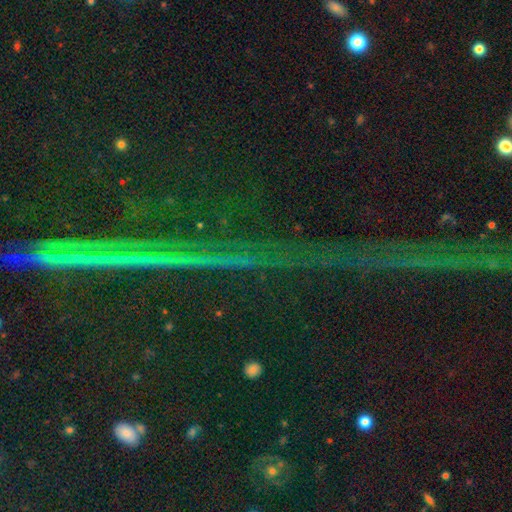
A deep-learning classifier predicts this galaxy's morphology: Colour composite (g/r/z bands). It shows a star or artifact, not a galaxy (85%).